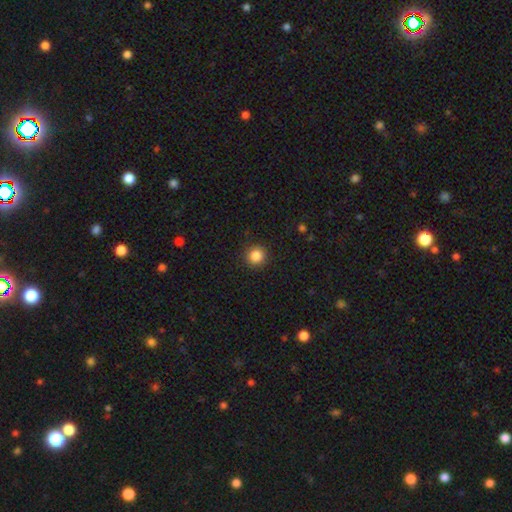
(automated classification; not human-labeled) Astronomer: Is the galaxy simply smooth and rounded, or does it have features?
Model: smooth — 86%.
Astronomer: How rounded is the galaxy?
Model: round — 94%.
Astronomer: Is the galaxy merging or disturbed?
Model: none — 91%.